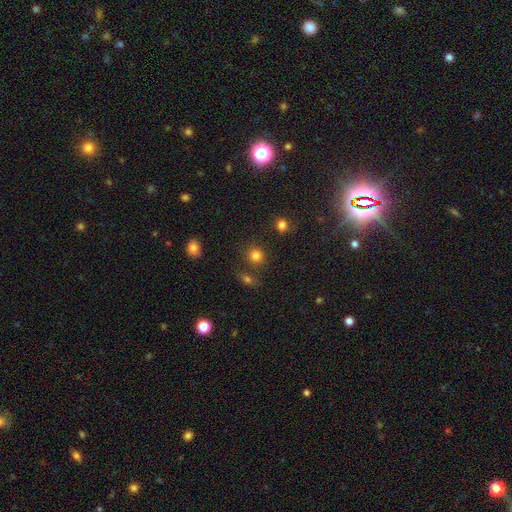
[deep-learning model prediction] This appears to be a smooth galaxy with no disk features (80%) that is round (89%). Merging: none (76%).